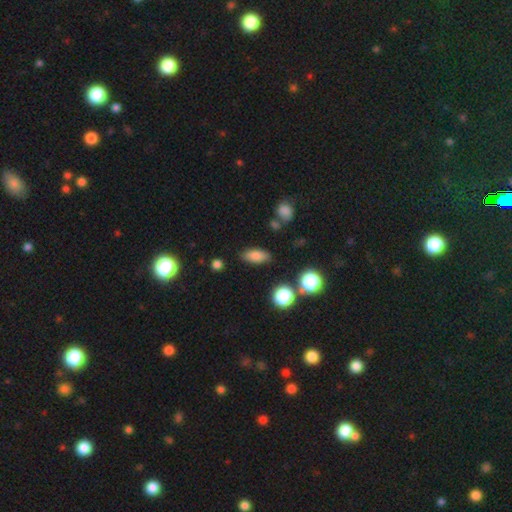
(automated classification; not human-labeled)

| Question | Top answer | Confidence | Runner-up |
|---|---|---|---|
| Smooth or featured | smooth | 80% | featured or disk (11%) |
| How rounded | in between | 78% | cigar-shaped (16%) |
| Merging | none | 82% | minor disturbance (11%) |